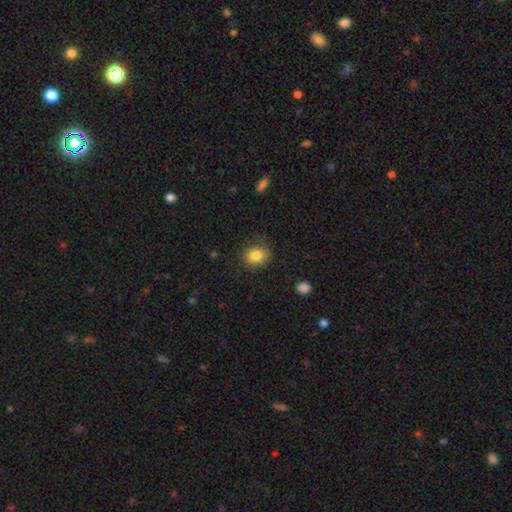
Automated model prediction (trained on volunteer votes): Smooth or featured? Predicted: smooth (p=0.83). How rounded? Predicted: round (p=0.58). Merging? Predicted: none (p=0.80).